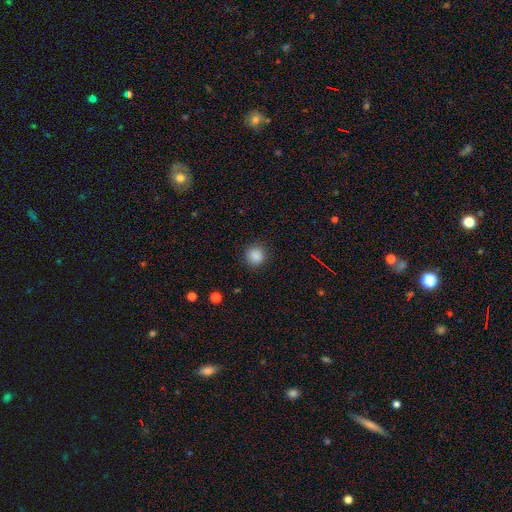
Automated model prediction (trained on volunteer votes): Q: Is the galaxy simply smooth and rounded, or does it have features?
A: smooth — 87%.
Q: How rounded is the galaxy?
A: round — 90%.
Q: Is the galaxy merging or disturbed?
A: none — 89%.